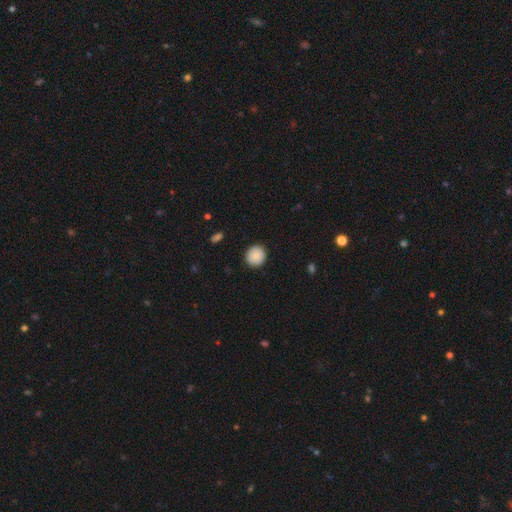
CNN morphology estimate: This appears to be a smooth galaxy with no disk features (87%) that is round (93%). Merging: none (91%).